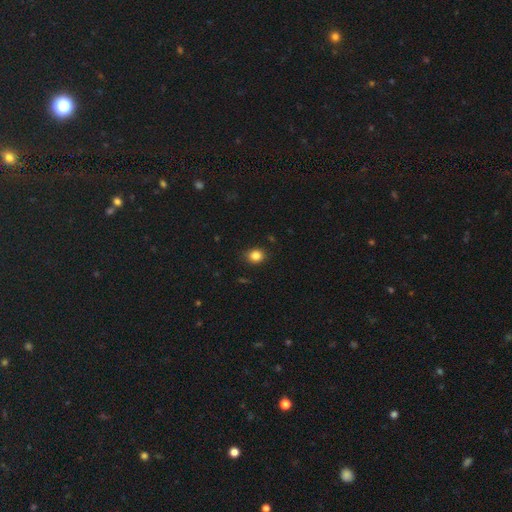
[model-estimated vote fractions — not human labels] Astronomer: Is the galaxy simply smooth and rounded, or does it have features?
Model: smooth — 84%.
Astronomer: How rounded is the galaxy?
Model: round — 64%.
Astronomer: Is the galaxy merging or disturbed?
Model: none — 86%.